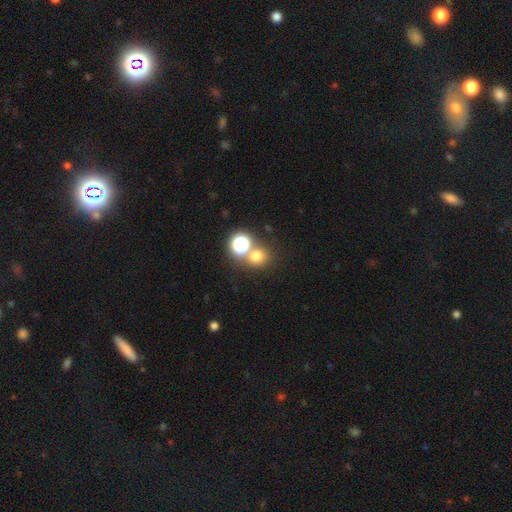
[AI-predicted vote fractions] This is likely a smooth galaxy (69%). How rounded: clearly round (86%). Merging: likely none (63%).